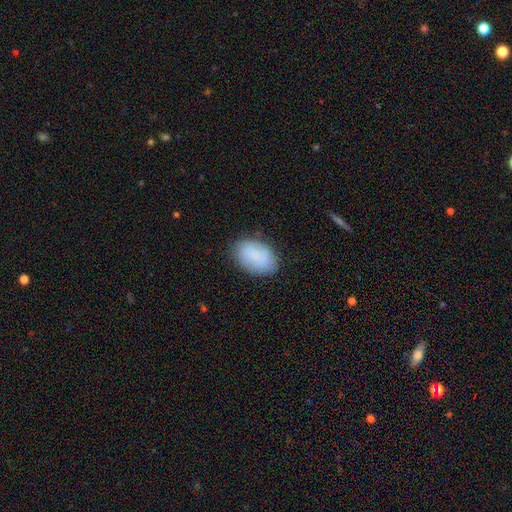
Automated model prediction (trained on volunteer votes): This is clearly a smooth galaxy (81%). How rounded: clearly in between (85%). Merging: likely none (80%).